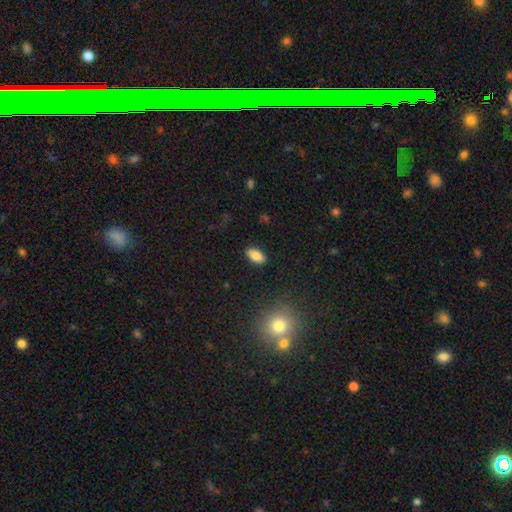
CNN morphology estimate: This is clearly a smooth galaxy (85%). How rounded: clearly in between (90%). Merging: clearly none (87%).